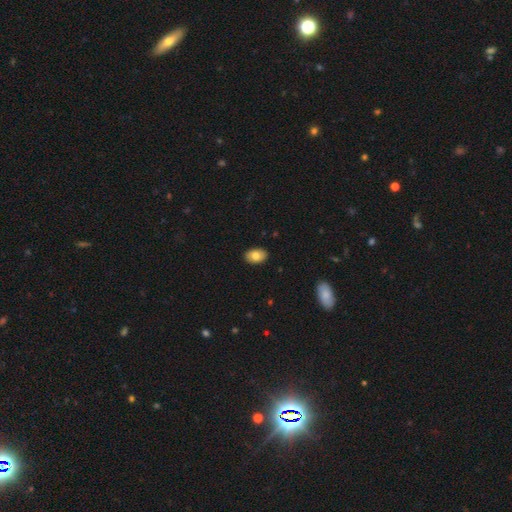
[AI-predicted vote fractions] This appears to be a smooth galaxy with no disk features (81%) that is in between round and cigar-shaped (88%). Merging: none (90%).